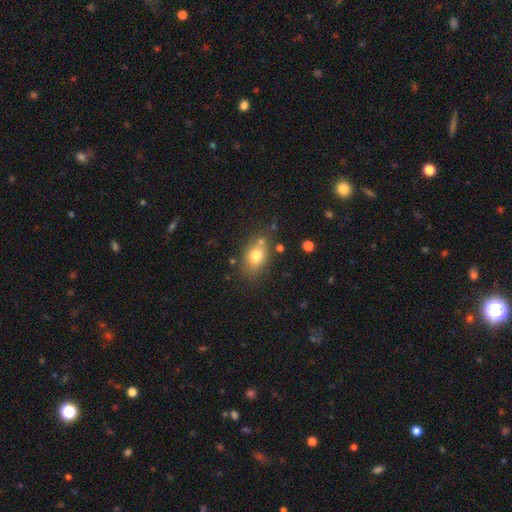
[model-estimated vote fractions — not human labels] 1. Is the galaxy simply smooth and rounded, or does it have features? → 74% smooth, 15% featured or disk, 11% star or artifact.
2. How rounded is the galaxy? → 73% in between, 25% round, 3% cigar-shaped.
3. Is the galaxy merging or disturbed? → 69% none, 15% minor disturbance, 10% merger, 5% major disturbance.